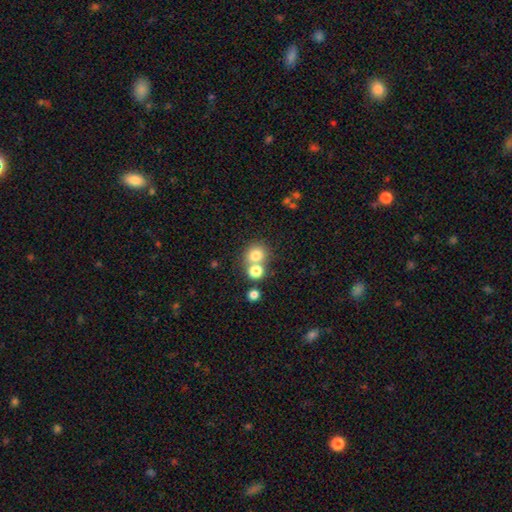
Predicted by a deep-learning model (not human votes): Morphology: type=smooth (77%); roundness=round (78%); merging=none (49%).